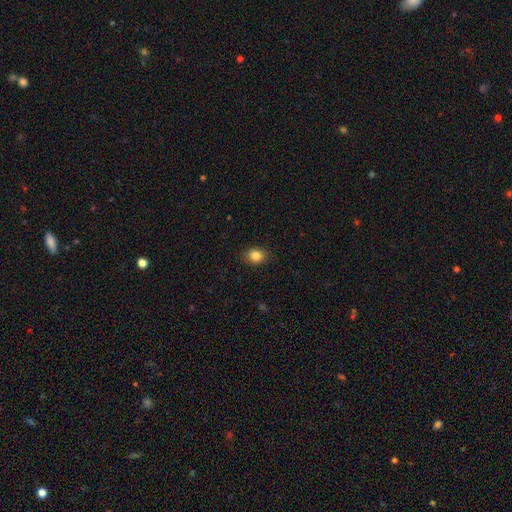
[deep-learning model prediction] The model was most divided on "how rounded": in between: 55%, round: 44%, cigar-shaped: 1%. More confident: merging — none (88%); smooth or featured — smooth (85%).